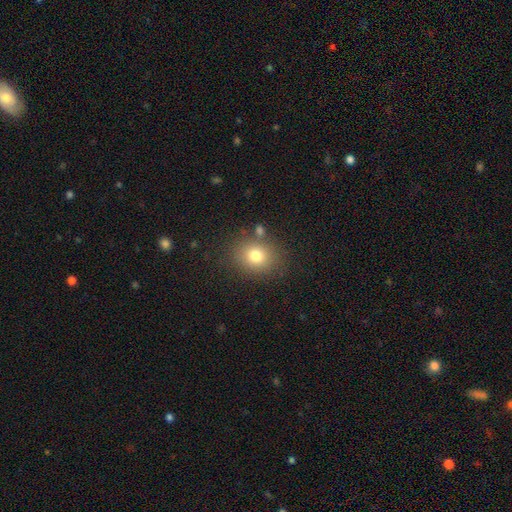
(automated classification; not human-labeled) Smooth or featured? smooth (77%)
How rounded? round (64%)
Merging? none (79%)